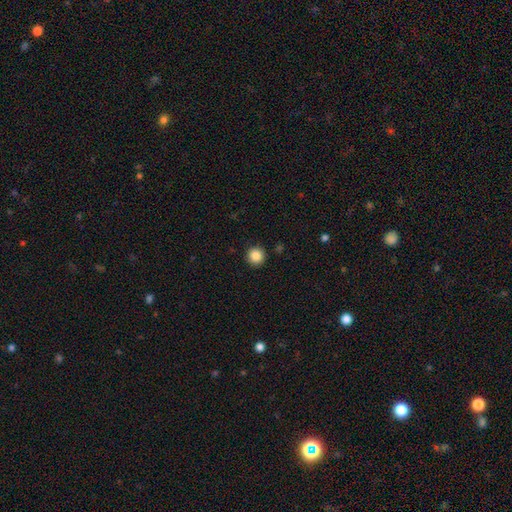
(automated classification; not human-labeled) This is clearly a smooth galaxy (87%). How rounded: clearly round (95%). Merging: clearly none (92%).